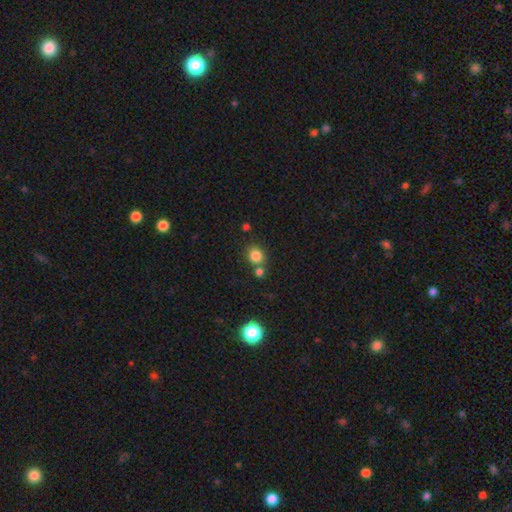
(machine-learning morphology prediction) This is clearly a smooth galaxy (83%). How rounded: likely round (80%). Merging: likely none (64%).